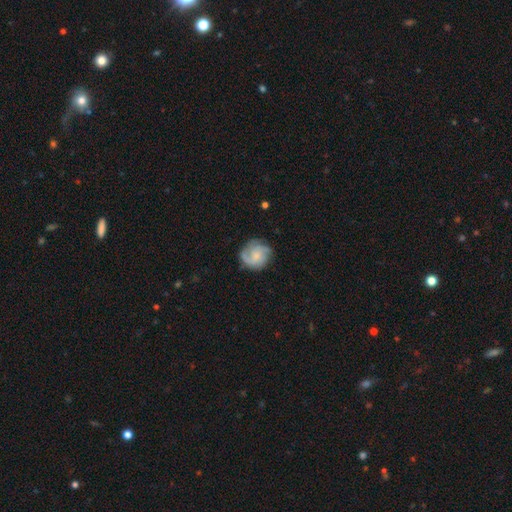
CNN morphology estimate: Q: Smooth or featured?
A: featured or disk (65%); runner-up: smooth (28%)
Q: Edge-on disk?
A: no (98%); runner-up: yes (2%)
Q: Bar?
A: no (70%); runner-up: weak (26%)
Q: Spiral arms?
A: yes (92%); runner-up: no (8%)
Q: Spiral winding?
A: medium (42%); runner-up: tight (41%)
Q: Spiral arm count?
A: 3 (35%); runner-up: 2 (26%)
Q: Bulge size?
A: small (61%); runner-up: moderate (22%)
Q: Merging?
A: none (72%); runner-up: minor disturbance (19%)